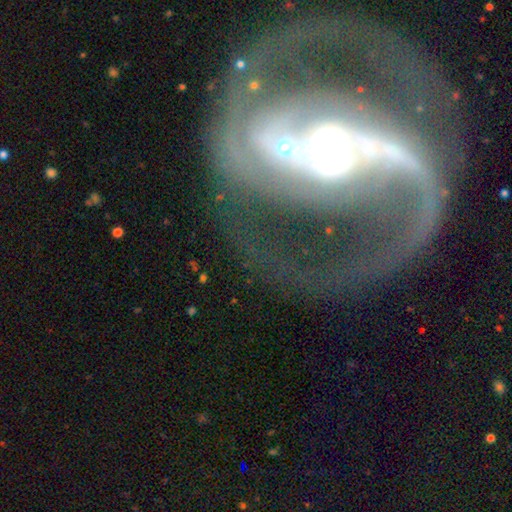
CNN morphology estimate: featured or disk 82%, smooth 10%, star or artifact 8%. Down the decision tree: edge-on disk — no (96%); bar — no (39%); spiral arms — yes (84%); spiral arm count — 2 (59%); spiral winding — medium (45%); bulge size — moderate (57%); merging — none (39%).